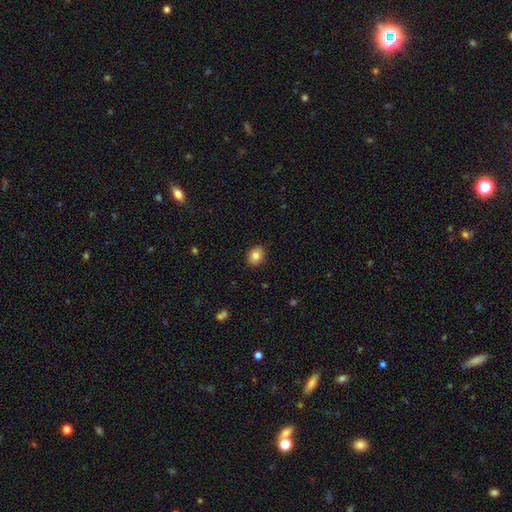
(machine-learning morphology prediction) Smooth or featured? Predicted: smooth (p=0.82). How rounded? Predicted: round (p=0.56). Merging? Predicted: none (p=0.90).